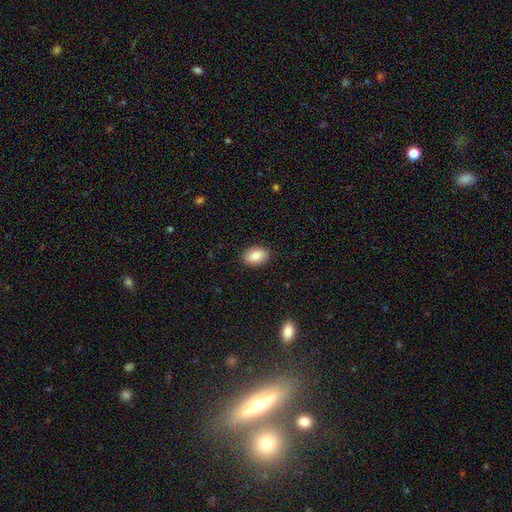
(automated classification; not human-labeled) This is clearly a smooth galaxy (85%). How rounded: clearly in between (84%). Merging: clearly none (90%).